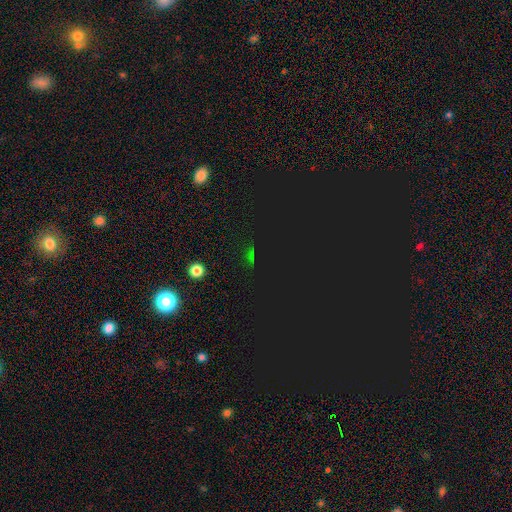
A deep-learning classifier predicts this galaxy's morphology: smooth-or-featured: star or artifact: 76% | smooth: 17% | featured or disk: 7%